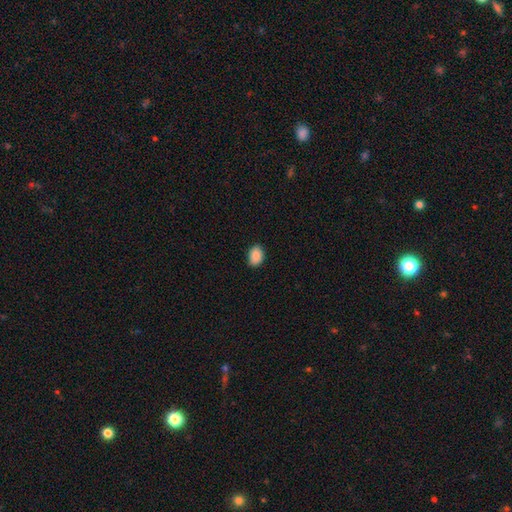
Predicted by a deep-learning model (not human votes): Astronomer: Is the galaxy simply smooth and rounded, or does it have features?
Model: smooth — 89%.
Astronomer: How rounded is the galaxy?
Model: in between — 79%.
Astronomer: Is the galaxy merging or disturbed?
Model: none — 87%.